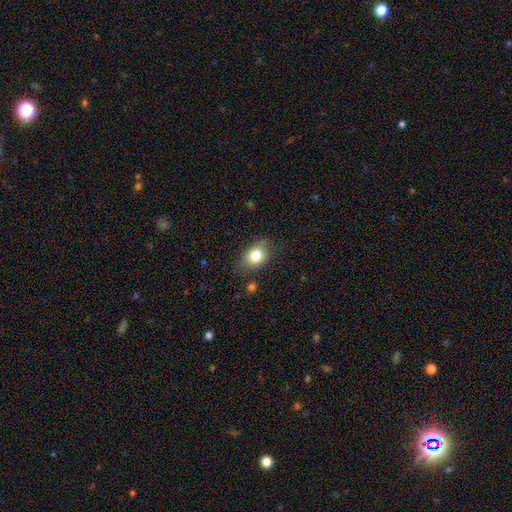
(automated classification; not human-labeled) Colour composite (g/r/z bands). It shows a smooth galaxy with no disk features (79%) that is in between round and cigar-shaped (75%). Merging: none (72%).